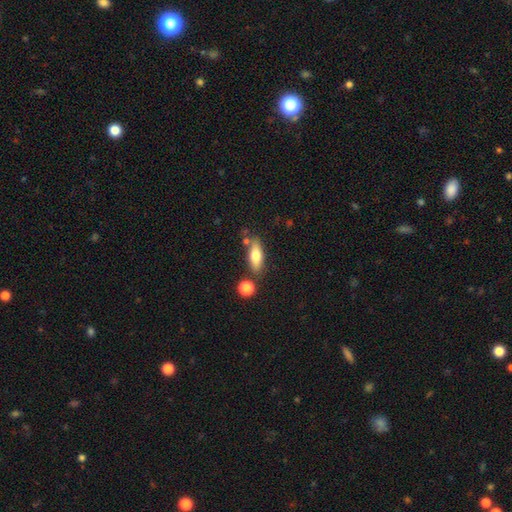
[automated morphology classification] Smooth or featured?
  - smooth: 69% *
  - featured or disk: 24%
  - star or artifact: 7%
How rounded?
  - in between: 65% *
  - cigar-shaped: 31%
  - round: 4%
Merging?
  - none: 74% *
  - minor disturbance: 13%
  - merger: 9%
  - major disturbance: 3%